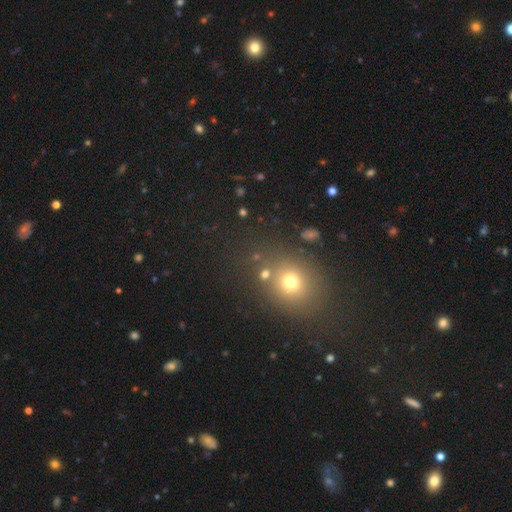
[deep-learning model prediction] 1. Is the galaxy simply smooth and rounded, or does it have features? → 57% smooth, 34% star or artifact, 9% featured or disk.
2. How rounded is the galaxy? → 68% round, 31% in between, 1% cigar-shaped.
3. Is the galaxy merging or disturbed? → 78% none, 10% minor disturbance, 8% merger, 4% major disturbance.